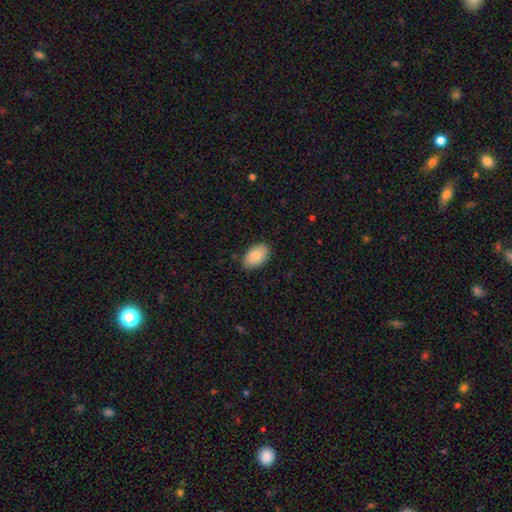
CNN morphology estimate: smooth_or_featured: smooth (p=0.85) [alt: featured or disk p=0.09]
how_rounded: in between (p=0.94) [alt: round p=0.05]
merging: none (p=0.84) [alt: minor disturbance p=0.13]